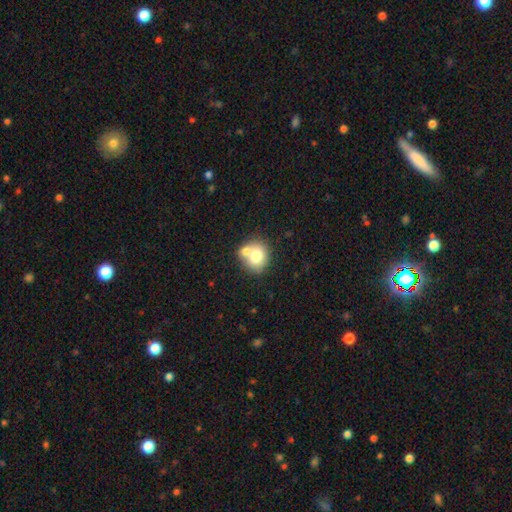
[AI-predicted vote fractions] Smooth or featured?
  - smooth: 74% *
  - featured or disk: 17%
  - star or artifact: 9%
How rounded?
  - round: 72% *
  - in between: 27%
  - cigar-shaped: 1%
Merging?
  - none: 45% *
  - merger: 40%
  - minor disturbance: 11%
  - major disturbance: 4%